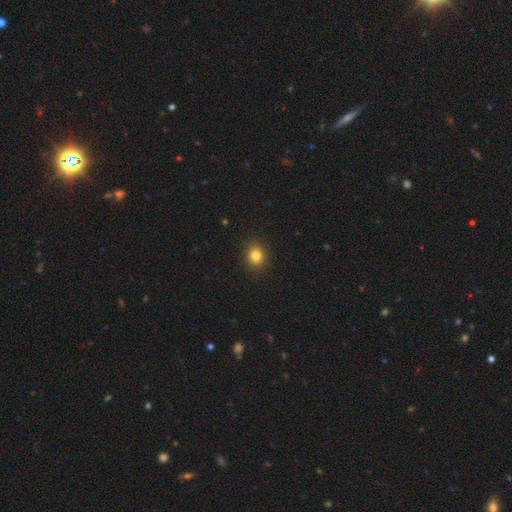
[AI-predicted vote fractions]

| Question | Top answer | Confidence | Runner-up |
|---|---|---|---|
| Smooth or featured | smooth | 82% | star or artifact (12%) |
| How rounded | round | 76% | in between (23%) |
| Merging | none | 91% | minor disturbance (6%) |